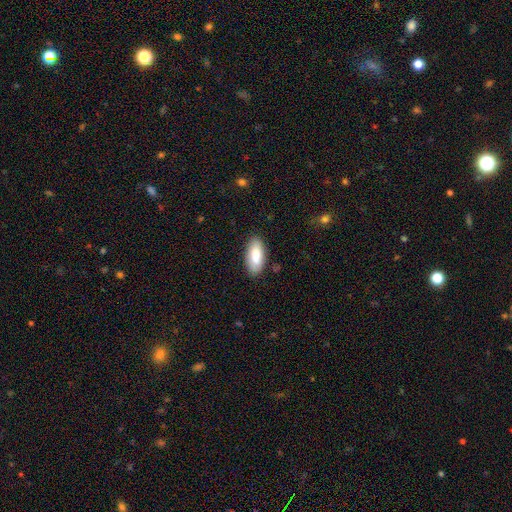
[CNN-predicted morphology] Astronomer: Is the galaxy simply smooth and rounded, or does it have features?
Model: smooth — 85%.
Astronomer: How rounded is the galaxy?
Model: in between — 86%.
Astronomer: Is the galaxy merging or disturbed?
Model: none — 85%.